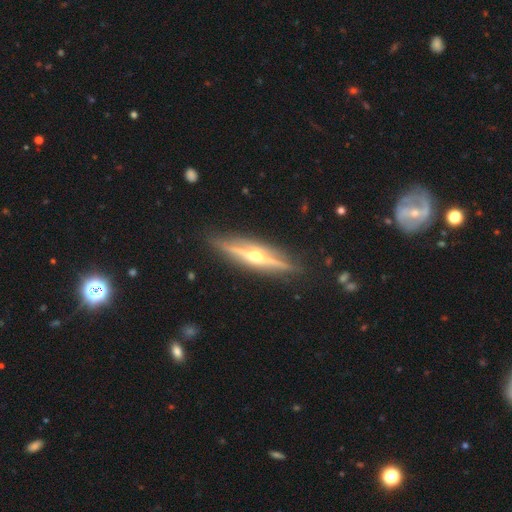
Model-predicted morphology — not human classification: Smooth or featured: featured or disk — 81% (smooth — 14%)
Edge-on disk: yes — 96% (no — 4%)
Edge-on bulge: rounded — 94% (none — 3%)
Merging: none — 88% (minor disturbance — 9%)